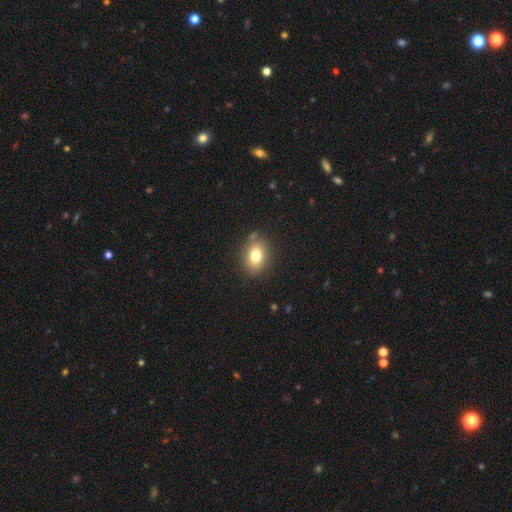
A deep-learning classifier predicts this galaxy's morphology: A smooth galaxy with no disk features (79%) that is in between round and cigar-shaped (60%). Merging: none (84%).